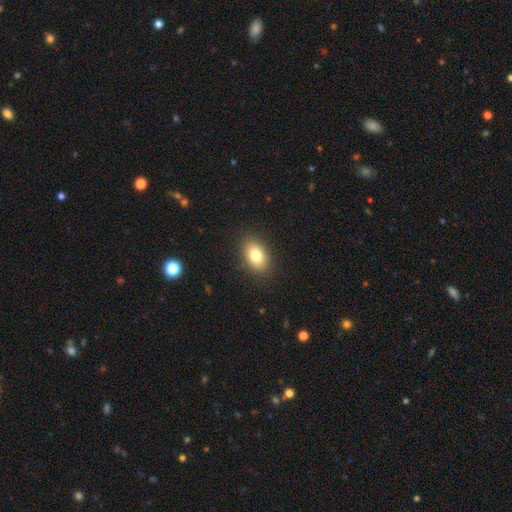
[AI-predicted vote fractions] Smooth or featured? smooth (80%)
How rounded? in between (83%)
Merging? none (88%)